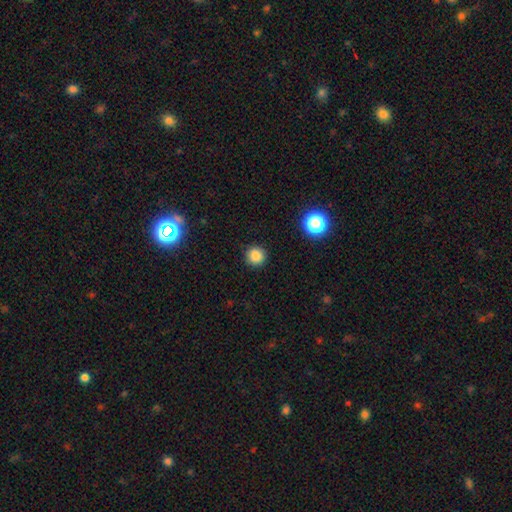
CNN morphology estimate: This appears to be a smooth galaxy with no disk features (84%) that is round (94%). Merging: none (91%).